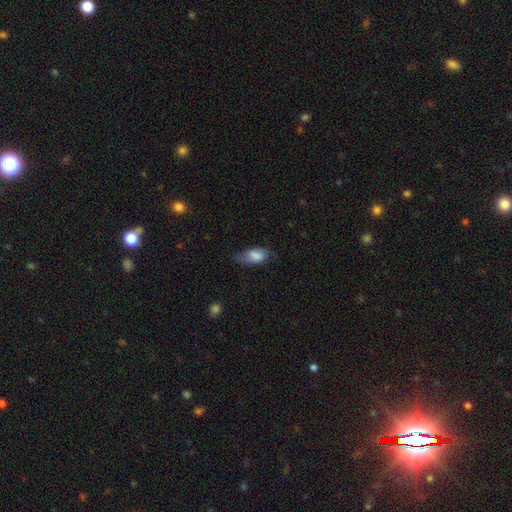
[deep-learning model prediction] Smooth or featured? Predicted: smooth (p=0.75). How rounded? Predicted: in between (p=0.87). Merging? Predicted: none (p=0.55).